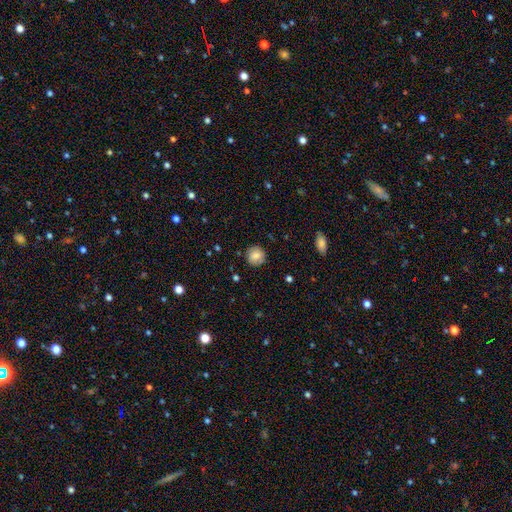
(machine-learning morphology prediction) A smooth galaxy with no disk features (80%) that is round (90%).

Vote fractions:
- Smooth or featured? smooth: 80% / featured or disk: 11% / star or artifact: 9%
- How rounded? round: 90% / in between: 9% / cigar-shaped: 1%
- Merging? none: 86% / minor disturbance: 10% / major disturbance: 3% / merger: 1%